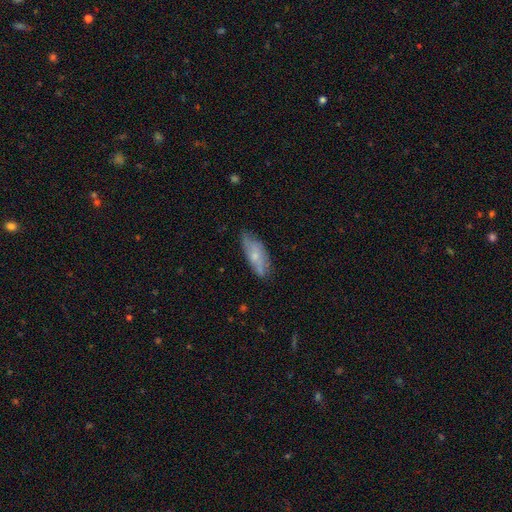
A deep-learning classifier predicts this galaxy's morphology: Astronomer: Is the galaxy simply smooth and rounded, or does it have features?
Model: smooth — 54% (runner-up: featured or disk, 39%).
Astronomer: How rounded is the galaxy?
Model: in between — 70%.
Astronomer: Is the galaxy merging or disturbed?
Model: none — 65%.